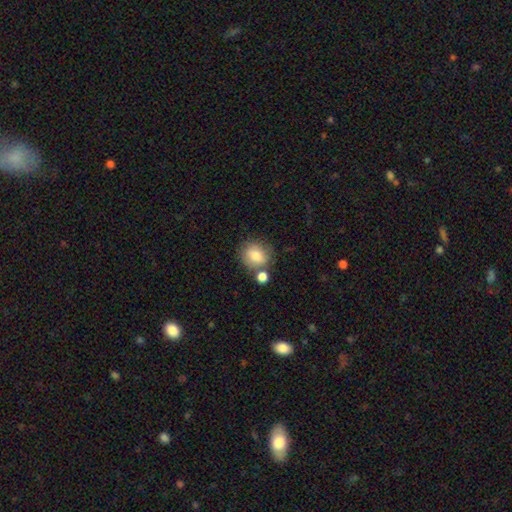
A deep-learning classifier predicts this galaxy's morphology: This appears to be a smooth galaxy with no disk features (79%) that is round (67%). Merging: none (63%).